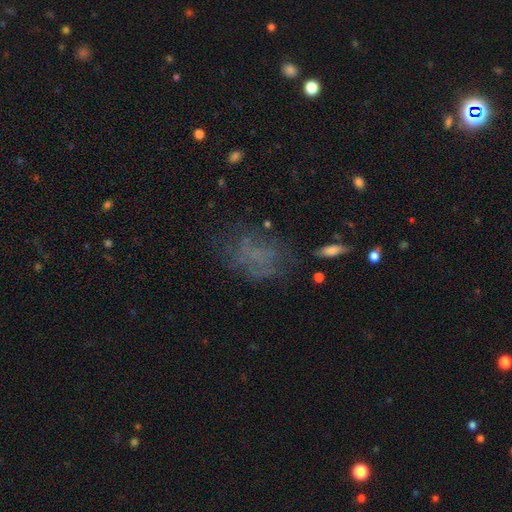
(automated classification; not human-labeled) smooth_or_featured: smooth (p=0.41) [alt: featured or disk p=0.34]
merging: none (p=0.53) [alt: major disturbance p=0.24]